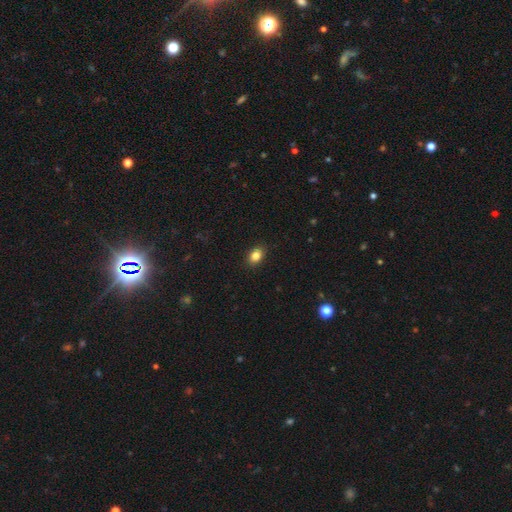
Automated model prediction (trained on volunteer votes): smooth_or_featured: smooth (p=0.84) [alt: star or artifact p=0.10]
how_rounded: in between (p=0.73) [alt: round p=0.25]
merging: none (p=0.89) [alt: minor disturbance p=0.08]